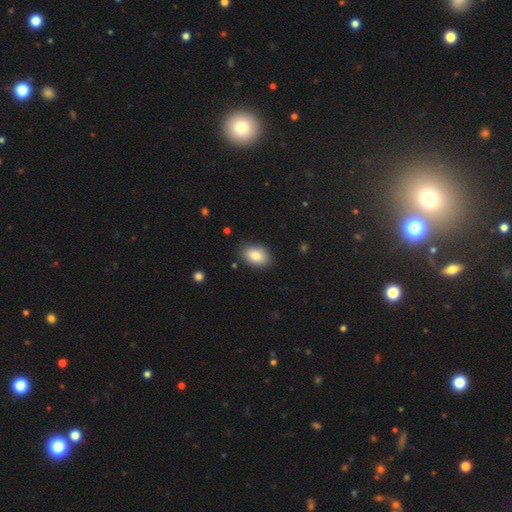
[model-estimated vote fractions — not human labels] Q: Smooth or featured?
A: smooth (85%); runner-up: featured or disk (8%)
Q: How rounded?
A: in between (89%); runner-up: round (10%)
Q: Merging?
A: none (85%); runner-up: minor disturbance (11%)